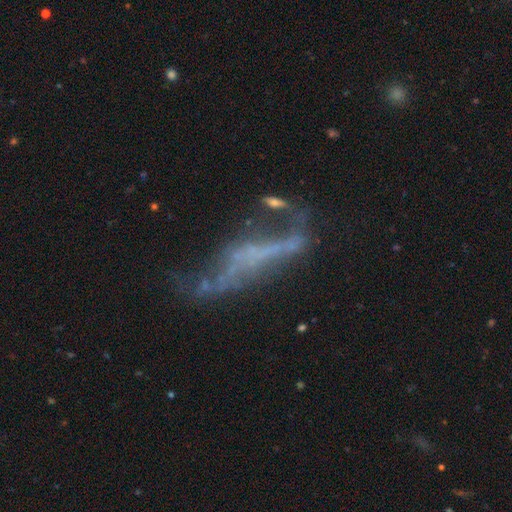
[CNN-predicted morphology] Smooth or featured? featured or disk (65%)
Edge-on disk? no (63%)
Merging? major disturbance (34%, tied with none)